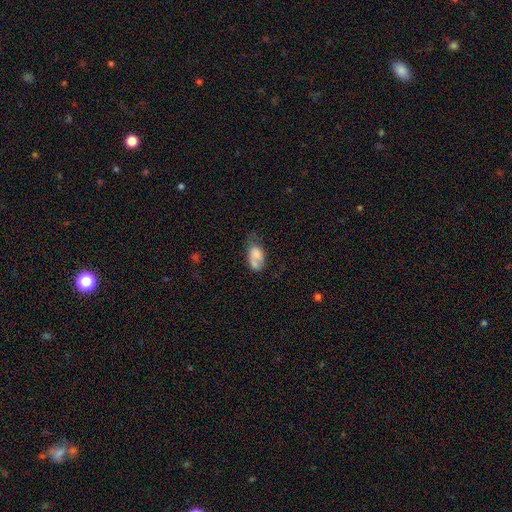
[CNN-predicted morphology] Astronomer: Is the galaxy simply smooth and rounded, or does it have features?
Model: smooth — 73%.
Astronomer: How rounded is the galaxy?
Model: in between — 87%.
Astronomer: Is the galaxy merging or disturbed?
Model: none — 32% (runner-up: merger, 28%).